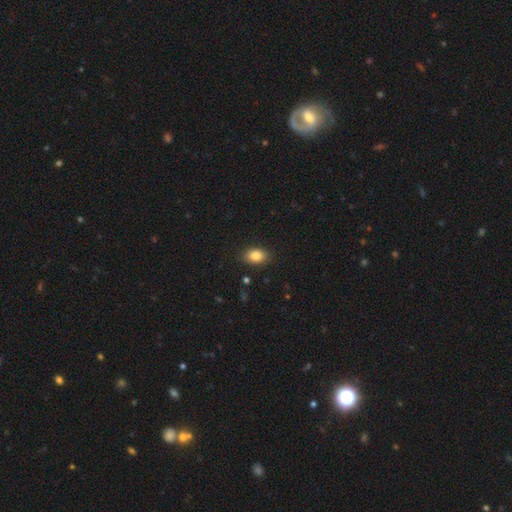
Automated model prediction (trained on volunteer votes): This is clearly a smooth galaxy (84%). How rounded: clearly in between (82%). Merging: clearly none (87%).